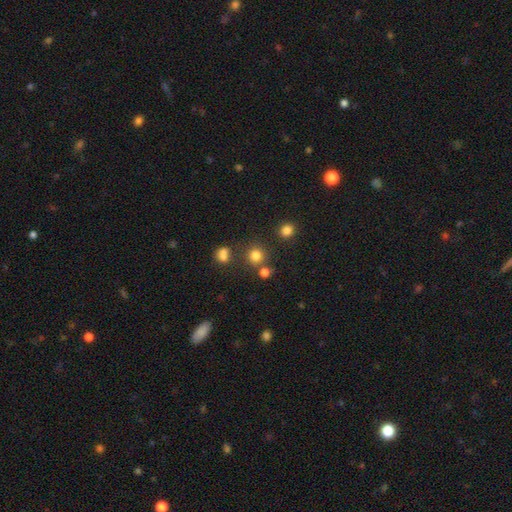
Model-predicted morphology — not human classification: Smooth or featured?
  - smooth: 78% *
  - star or artifact: 16%
  - featured or disk: 6%
How rounded?
  - round: 90% *
  - in between: 9%
  - cigar-shaped: 1%
Merging?
  - none: 75% *
  - merger: 13%
  - minor disturbance: 8%
  - major disturbance: 4%